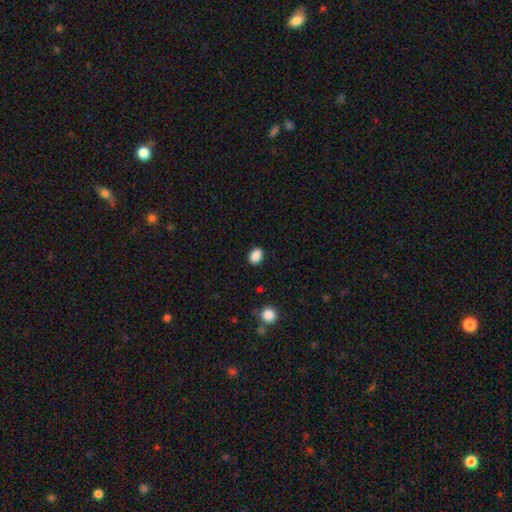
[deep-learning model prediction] smooth-or-featured: smooth: 88% | star or artifact: 9% | featured or disk: 3%
  how-rounded: in between: 66% | round: 33% | cigar-shaped: 1%
  merging: none: 88% | minor disturbance: 8% | major disturbance: 2% | merger: 1%